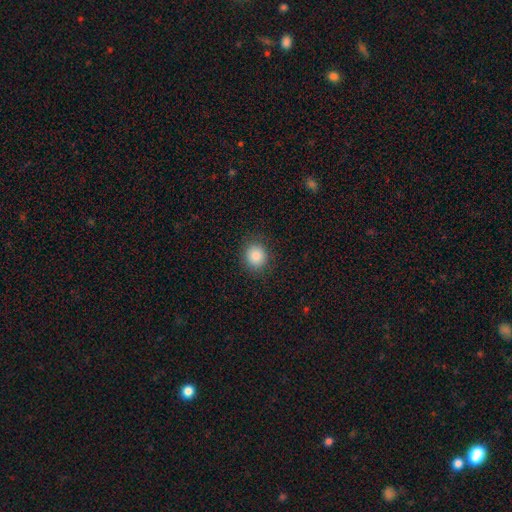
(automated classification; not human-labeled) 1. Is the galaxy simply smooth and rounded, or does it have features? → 85% smooth, 10% star or artifact, 5% featured or disk.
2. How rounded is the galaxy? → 86% round, 14% in between, 1% cigar-shaped.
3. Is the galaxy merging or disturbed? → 88% none, 8% minor disturbance, 3% major disturbance, 1% merger.